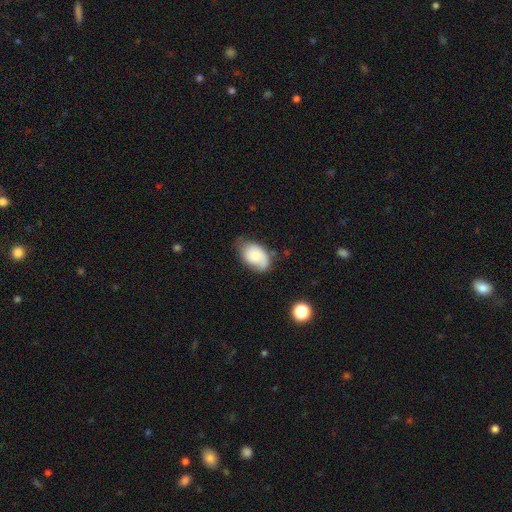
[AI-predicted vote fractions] A smooth galaxy with no disk features (65%) that is in between round and cigar-shaped (87%). Merging: none (52%).